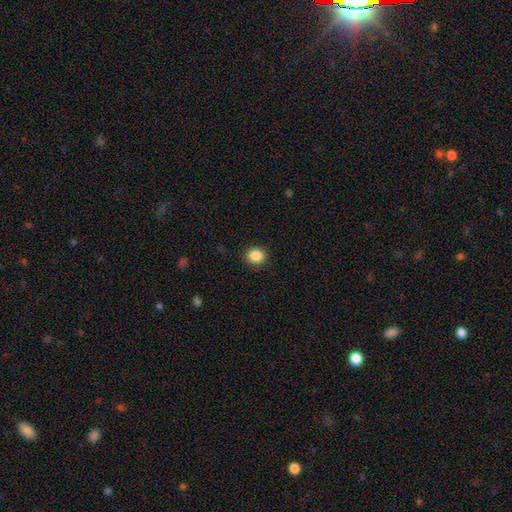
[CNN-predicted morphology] Smooth or featured?
  - smooth: 87% *
  - star or artifact: 10%
  - featured or disk: 3%
How rounded?
  - round: 82% *
  - in between: 17%
  - cigar-shaped: 1%
Merging?
  - none: 91% *
  - minor disturbance: 6%
  - major disturbance: 2%
  - merger: 1%